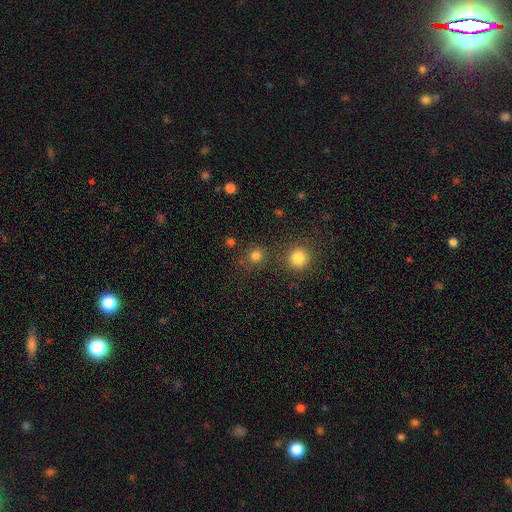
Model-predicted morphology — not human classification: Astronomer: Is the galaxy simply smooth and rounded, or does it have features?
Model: smooth — 79%.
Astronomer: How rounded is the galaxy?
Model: round — 91%.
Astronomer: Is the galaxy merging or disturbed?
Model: none — 79%.